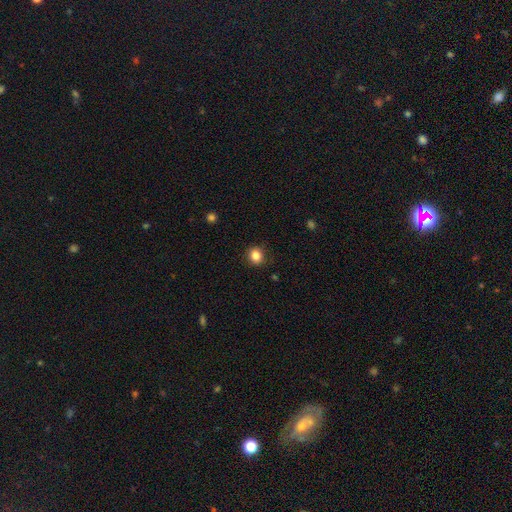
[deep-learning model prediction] This appears to be a smooth galaxy with no disk features (85%) that is round (79%). Merging: none (87%).